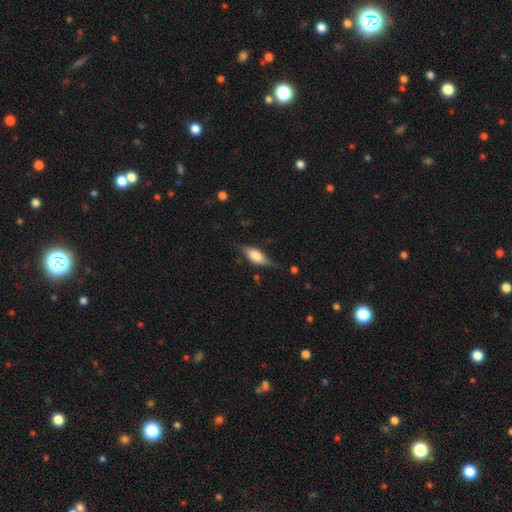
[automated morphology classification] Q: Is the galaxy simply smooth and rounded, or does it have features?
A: featured or disk — 47%.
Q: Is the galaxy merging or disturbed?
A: none — 70%.